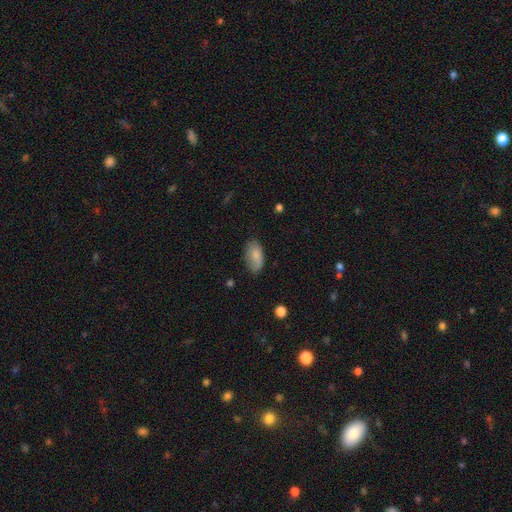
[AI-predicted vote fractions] This appears to be a smooth galaxy with no disk features (83%) that is in between round and cigar-shaped (93%). Merging: none (68%).